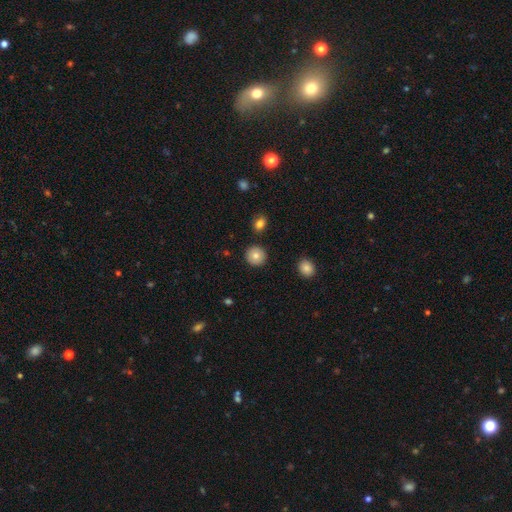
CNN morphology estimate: Smooth or featured? Predicted: smooth (p=0.83). How rounded? Predicted: round (p=0.93). Merging? Predicted: none (p=0.90).